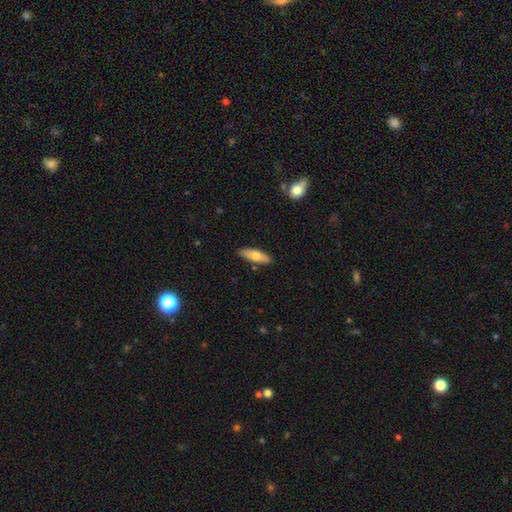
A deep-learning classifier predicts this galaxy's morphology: smooth-or-featured: smooth: 69% | featured or disk: 25% | star or artifact: 6%
  how-rounded: in between: 51% | cigar-shaped: 47% | round: 2%
  merging: none: 88% | minor disturbance: 9% | merger: 2% | major disturbance: 2%